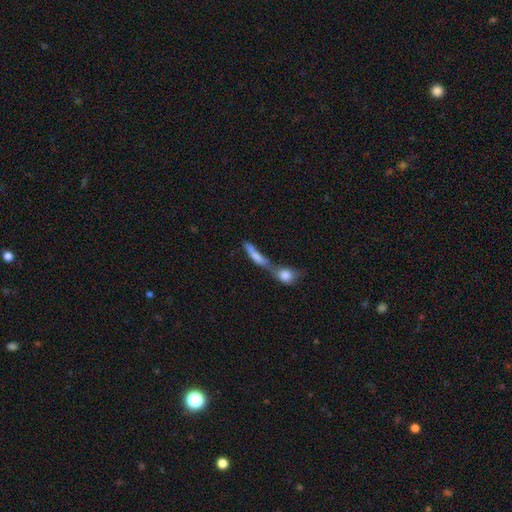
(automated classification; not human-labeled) This is likely a smooth galaxy (70%). How rounded: likely cigar-shaped (61%). Merging: likely merger (69%).